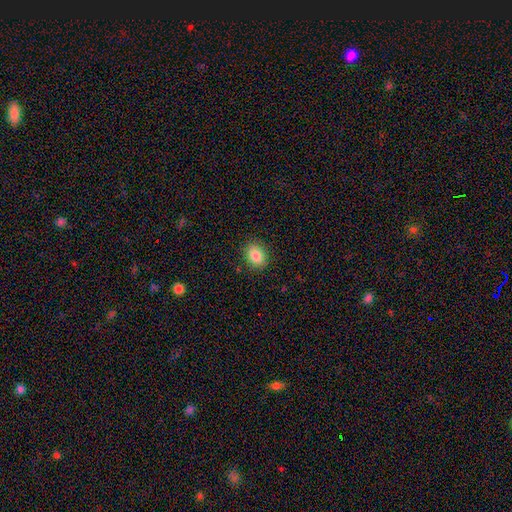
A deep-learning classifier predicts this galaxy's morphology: smooth-or-featured: smooth: 86% | star or artifact: 9% | featured or disk: 5%
  how-rounded: in between: 69% | round: 30% | cigar-shaped: 1%
  merging: none: 87% | minor disturbance: 10% | major disturbance: 3% | merger: 1%